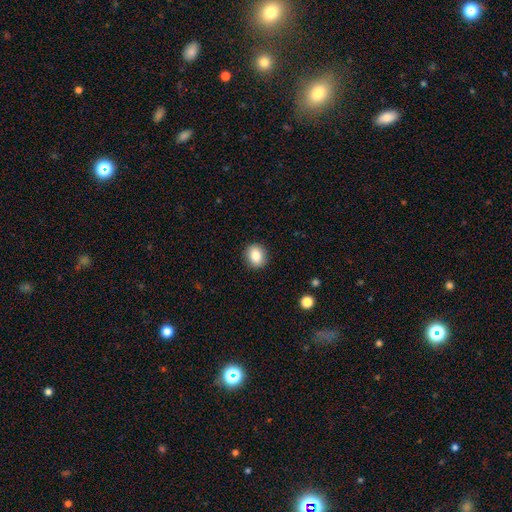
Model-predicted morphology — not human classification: Q: Smooth or featured?
A: smooth (84%); runner-up: star or artifact (9%)
Q: How rounded?
A: round (68%); runner-up: in between (31%)
Q: Merging?
A: none (91%); runner-up: minor disturbance (6%)